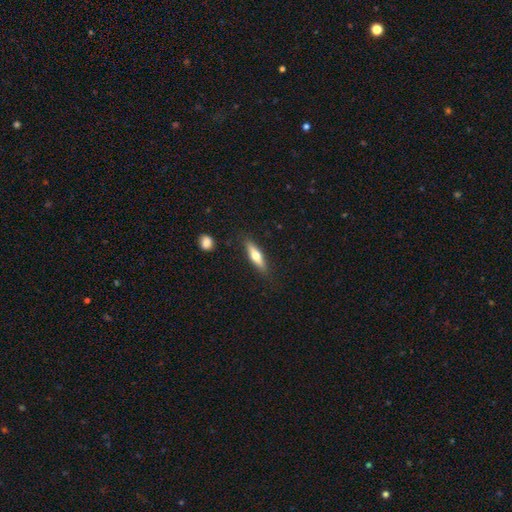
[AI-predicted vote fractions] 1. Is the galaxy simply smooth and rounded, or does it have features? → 54% smooth, 40% featured or disk, 6% star or artifact.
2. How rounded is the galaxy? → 69% cigar-shaped, 29% in between, 2% round.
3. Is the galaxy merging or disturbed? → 85% none, 10% minor disturbance, 3% major disturbance, 2% merger.